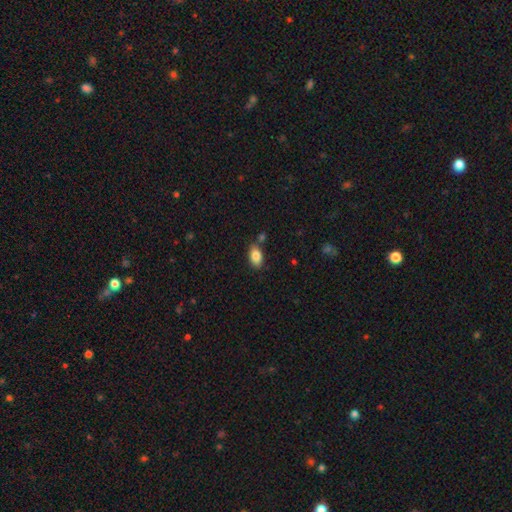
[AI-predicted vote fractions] smooth-or-featured: smooth: 85% | featured or disk: 8% | star or artifact: 7%
  how-rounded: in between: 92% | round: 5% | cigar-shaped: 3%
  merging: none: 73% | minor disturbance: 15% | merger: 9% | major disturbance: 3%